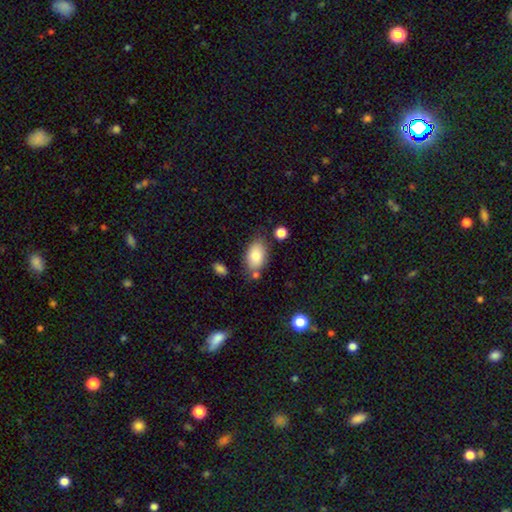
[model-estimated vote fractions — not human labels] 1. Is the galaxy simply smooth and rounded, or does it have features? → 82% smooth, 11% featured or disk, 7% star or artifact.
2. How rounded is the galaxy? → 92% in between, 7% round, 2% cigar-shaped.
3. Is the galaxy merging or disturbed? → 70% none, 18% minor disturbance, 8% merger, 4% major disturbance.